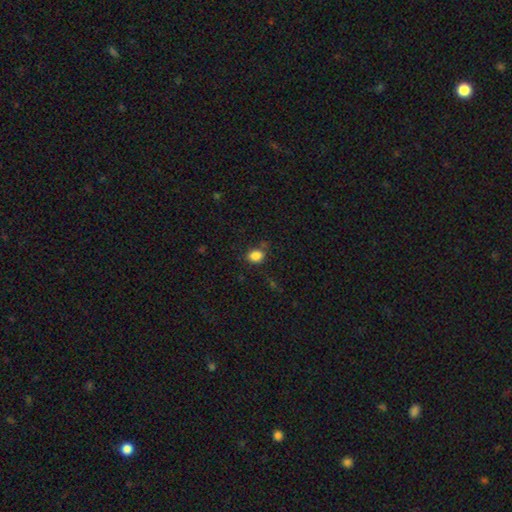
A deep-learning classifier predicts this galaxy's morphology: The model was most divided on "how rounded": in between: 54%, round: 45%, cigar-shaped: 1%. More confident: smooth or featured — smooth (85%); merging — none (74%).